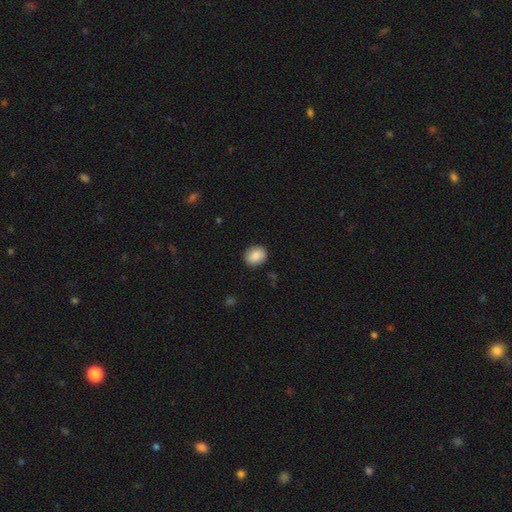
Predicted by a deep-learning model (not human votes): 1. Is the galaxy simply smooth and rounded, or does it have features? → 86% smooth, 7% star or artifact, 6% featured or disk.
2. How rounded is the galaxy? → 65% round, 34% in between, 1% cigar-shaped.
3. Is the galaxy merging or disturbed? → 89% none, 8% minor disturbance, 2% major disturbance, 1% merger.